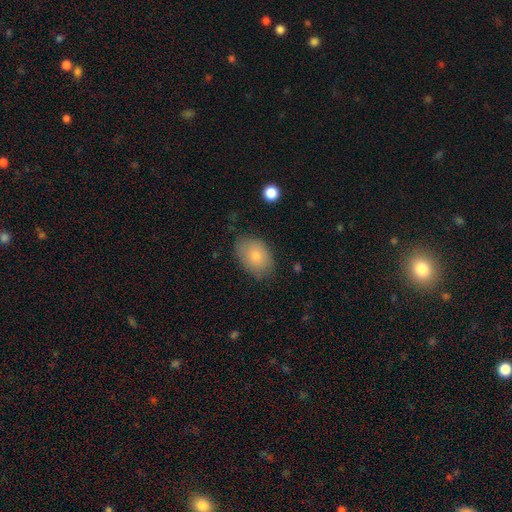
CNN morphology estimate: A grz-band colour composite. It shows a smooth galaxy with no disk features (77%) that is in between round and cigar-shaped (83%). Merging: none (76%).